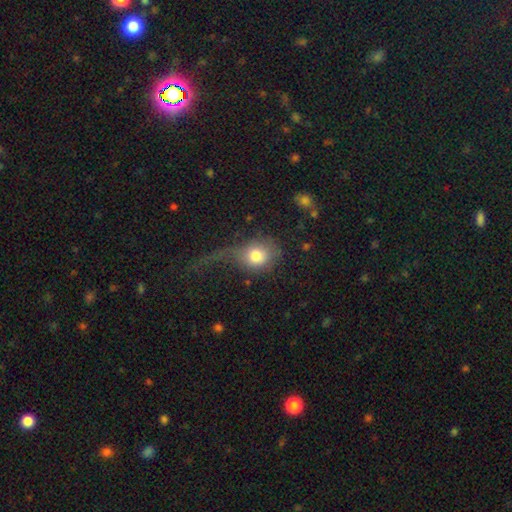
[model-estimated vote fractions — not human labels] Morphology: type=smooth (75%); roundness=round (65%); merging=major disturbance (55%).